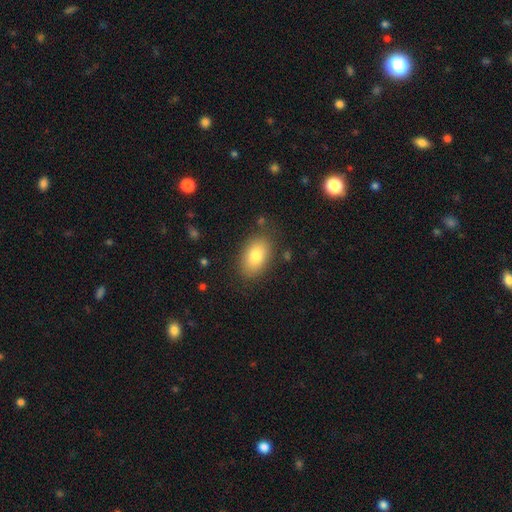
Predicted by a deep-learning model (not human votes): Smooth or featured?
  - smooth: 80% *
  - featured or disk: 13%
  - star or artifact: 8%
How rounded?
  - in between: 90% *
  - round: 9%
  - cigar-shaped: 1%
Merging?
  - none: 83% *
  - minor disturbance: 12%
  - major disturbance: 4%
  - merger: 2%